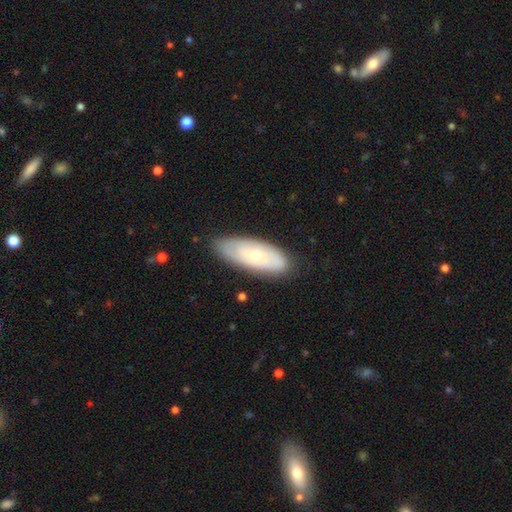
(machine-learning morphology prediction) A featured or disk galaxy (52%).

Vote fractions:
- Smooth or featured? featured or disk: 52% / smooth: 42% / star or artifact: 6%
- Edge-on disk? no: 81% / yes: 19%
- Merging? none: 80% / minor disturbance: 15% / major disturbance: 3% / merger: 1%